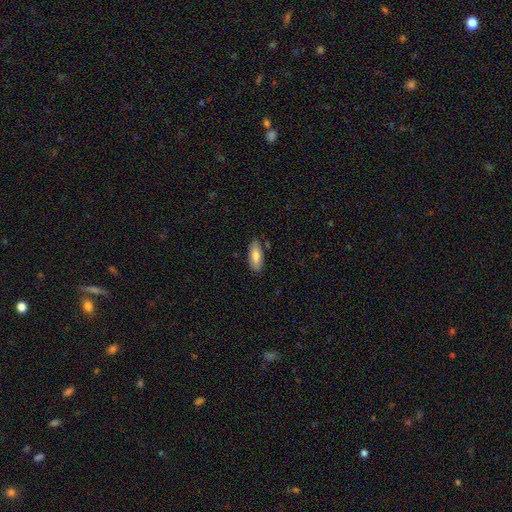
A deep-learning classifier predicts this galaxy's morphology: Q: Smooth or featured?
A: smooth (80%); runner-up: featured or disk (13%)
Q: How rounded?
A: in between (82%); runner-up: cigar-shaped (17%)
Q: Merging?
A: none (82%); runner-up: minor disturbance (13%)